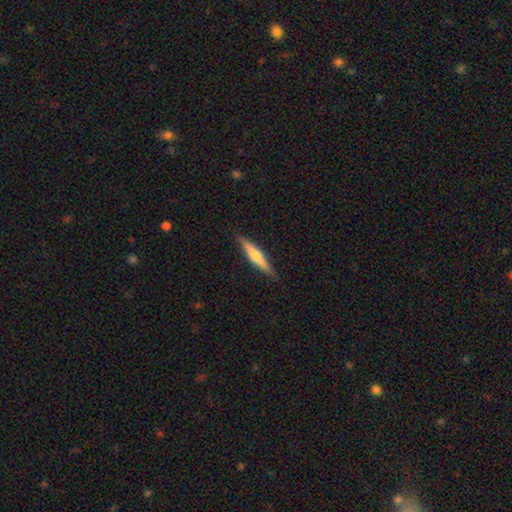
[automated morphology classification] Overall: featured or disk (58%; smooth 37%). Edge-on disk: yes (97%). Edge-on bulge: rounded (85%). Merging: none (89%).